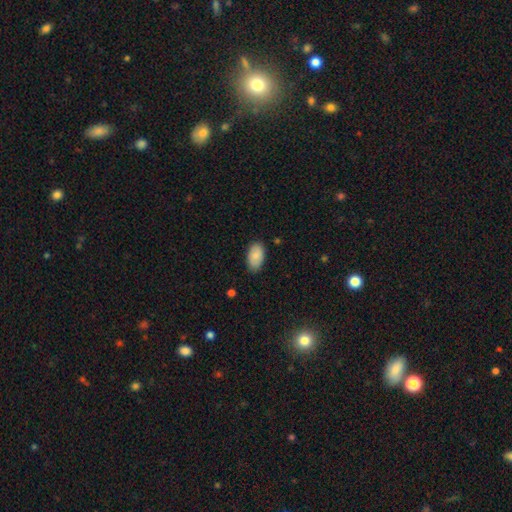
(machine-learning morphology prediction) Smooth or featured: smooth — 85% (featured or disk — 8%)
How rounded: in between — 94% (round — 4%)
Merging: none — 83% (minor disturbance — 14%)